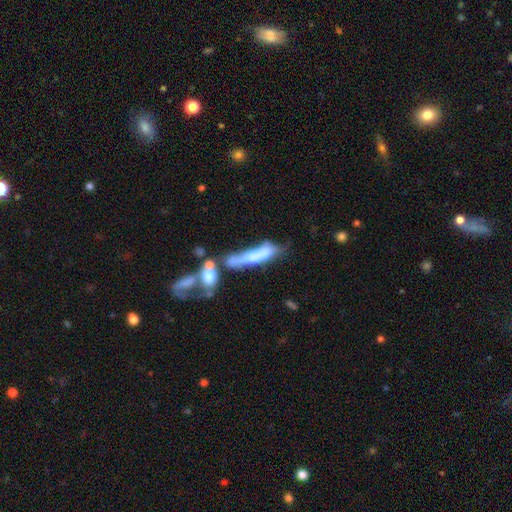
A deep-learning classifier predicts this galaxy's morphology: smooth-or-featured: smooth: 49% | featured or disk: 41% | star or artifact: 9%
  merging: merger: 45% | none: 20% | major disturbance: 20% | minor disturbance: 15%